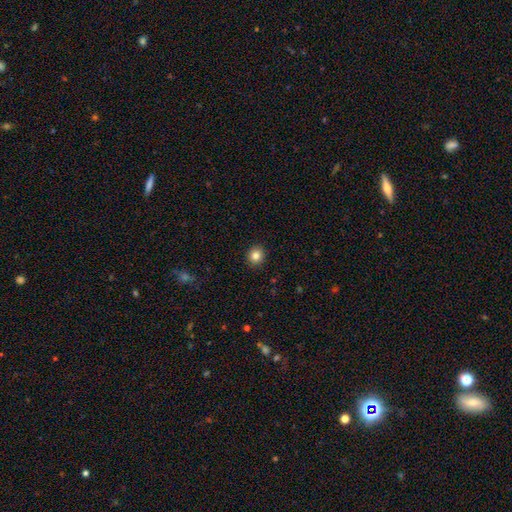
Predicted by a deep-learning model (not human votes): Smooth or featured? Predicted: smooth (p=0.83). How rounded? Predicted: round (p=0.85). Merging? Predicted: none (p=0.92).